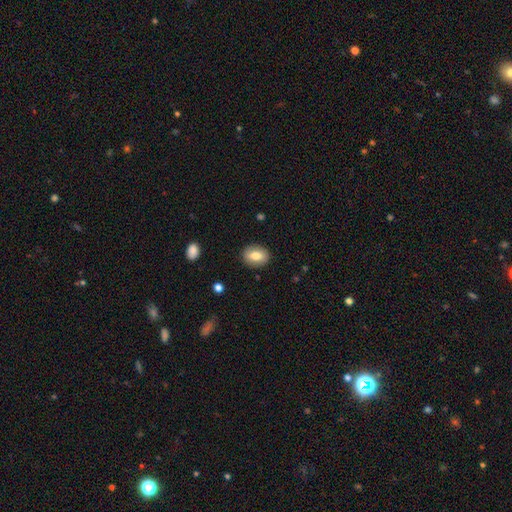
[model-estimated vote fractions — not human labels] Q: Smooth or featured?
A: smooth (74%); runner-up: featured or disk (19%)
Q: How rounded?
A: in between (70%); runner-up: round (29%)
Q: Merging?
A: none (87%); runner-up: minor disturbance (9%)